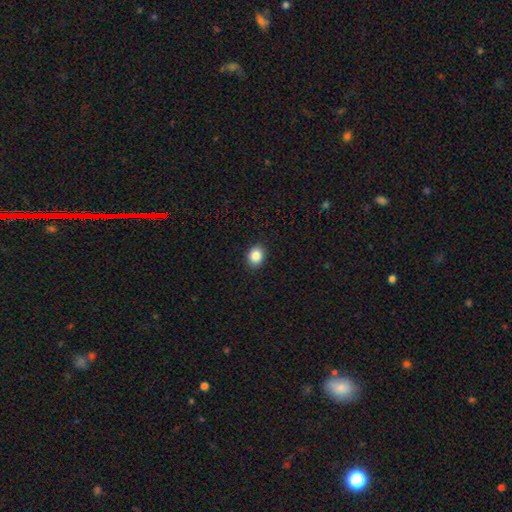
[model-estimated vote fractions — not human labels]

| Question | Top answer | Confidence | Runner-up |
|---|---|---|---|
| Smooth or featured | smooth | 86% | star or artifact (9%) |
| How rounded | round | 53% | in between (46%) |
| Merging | none | 91% | minor disturbance (6%) |